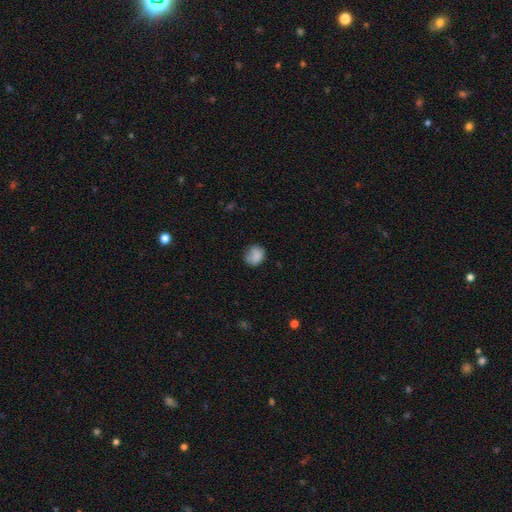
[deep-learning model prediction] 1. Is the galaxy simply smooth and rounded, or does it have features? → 81% smooth, 10% featured or disk, 10% star or artifact.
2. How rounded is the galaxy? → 63% round, 36% in between, 1% cigar-shaped.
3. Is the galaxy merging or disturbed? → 59% none, 29% minor disturbance, 10% major disturbance, 3% merger.